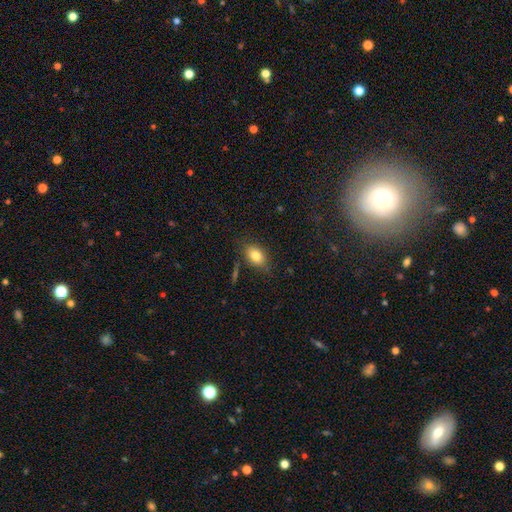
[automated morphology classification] This appears to be a smooth galaxy with no disk features (81%) that is in between round and cigar-shaped (81%). Merging: none (78%).